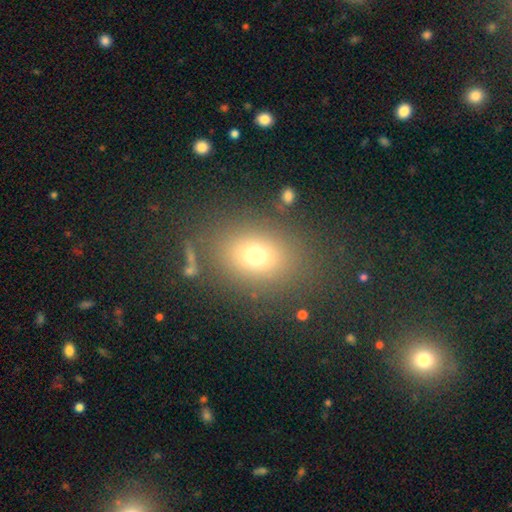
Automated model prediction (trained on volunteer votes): smooth-or-featured: smooth: 70% | star or artifact: 18% | featured or disk: 12%
  how-rounded: round: 49% (tied) | in between: 49% (tied) | cigar-shaped: 1%
  merging: none: 78% | minor disturbance: 10% | major disturbance: 7% | merger: 4%